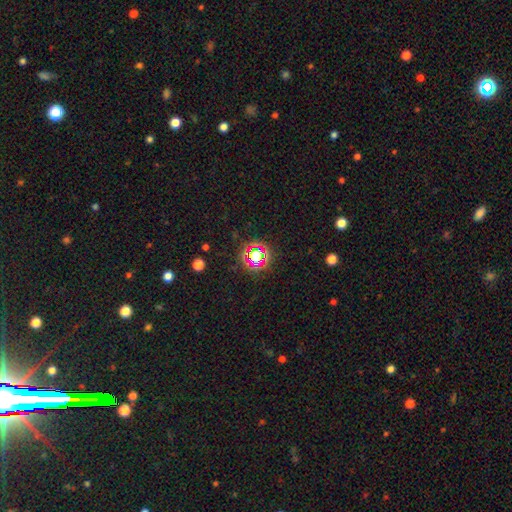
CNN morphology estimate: Smooth or featured: star or artifact — 63% (smooth — 26%)